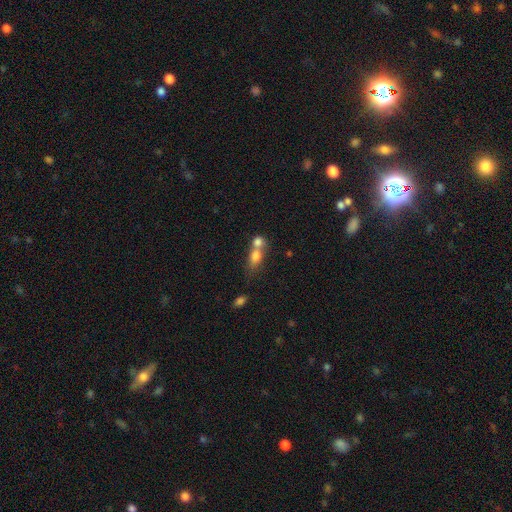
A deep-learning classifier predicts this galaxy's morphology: Smooth or featured: smooth — 75% (featured or disk — 15%)
How rounded: in between — 59% (round — 35%)
Merging: merger — 66% (none — 22%)